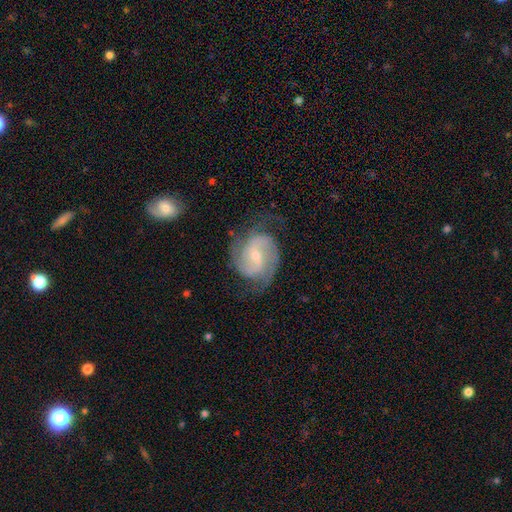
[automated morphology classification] The model was most divided on "spiral winding": medium: 51%, tight: 33%, loose: 16%. More confident: edge-on disk — no (98%); spiral arms — yes (97%); smooth or featured — featured or disk (86%); spiral arm count — 2 (76%); merging — none (69%); bulge size — small (60%); bar — weak (54%).